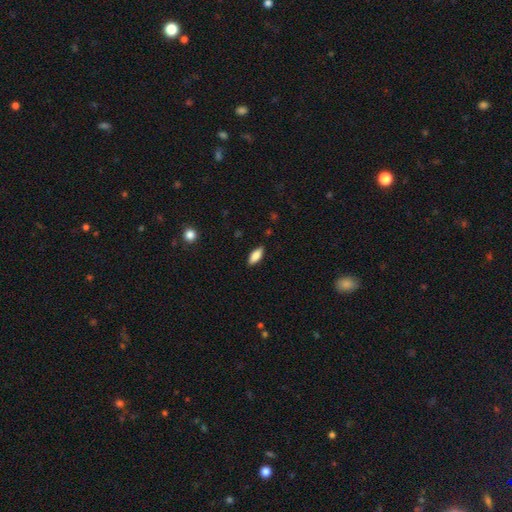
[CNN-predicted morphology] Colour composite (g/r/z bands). It shows a smooth galaxy with no disk features (83%) that is in between round and cigar-shaped (79%). Merging: none (86%).